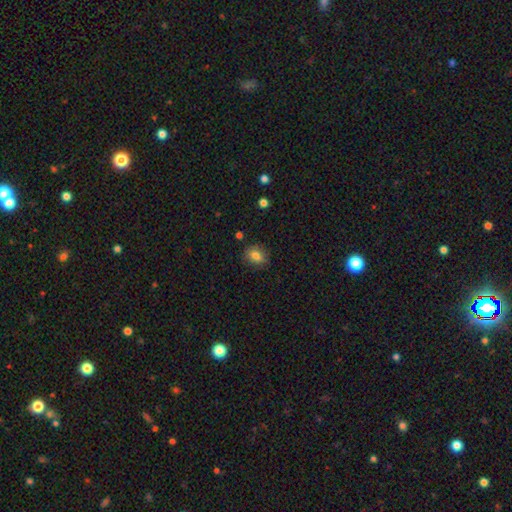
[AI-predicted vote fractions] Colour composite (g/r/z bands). It shows a smooth galaxy with no disk features (80%) that is in between round and cigar-shaped (50%). Merging: none (84%).